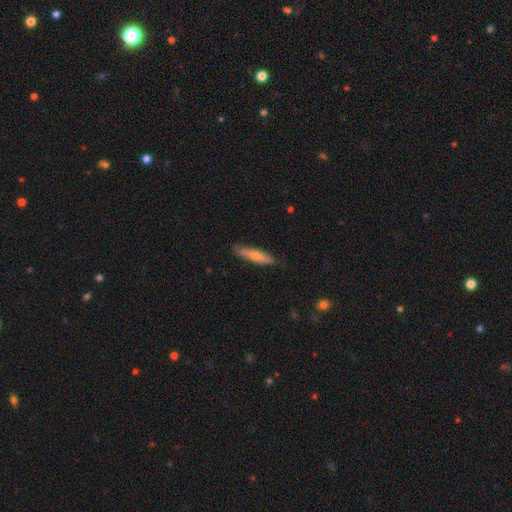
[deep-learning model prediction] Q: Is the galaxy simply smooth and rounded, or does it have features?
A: smooth — 74%.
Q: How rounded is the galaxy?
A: cigar-shaped — 80%.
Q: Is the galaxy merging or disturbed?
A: none — 81%.